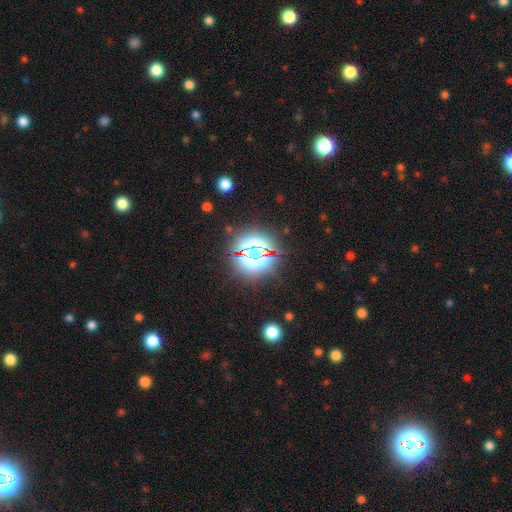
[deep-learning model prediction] This appears to be a star or artifact, not a galaxy (83%).